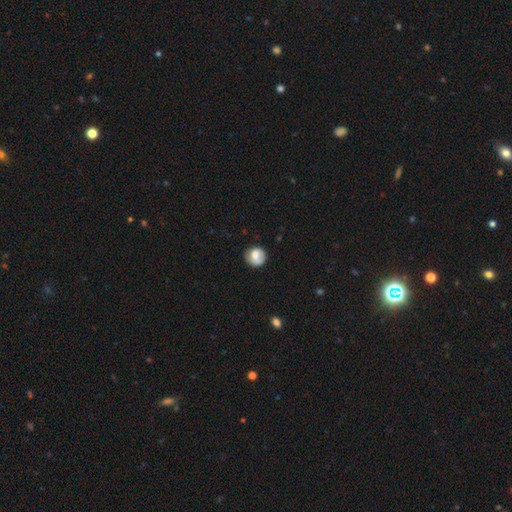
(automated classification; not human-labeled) This appears to be a smooth galaxy with no disk features (71%) that is round (88%). Merging: none (76%).